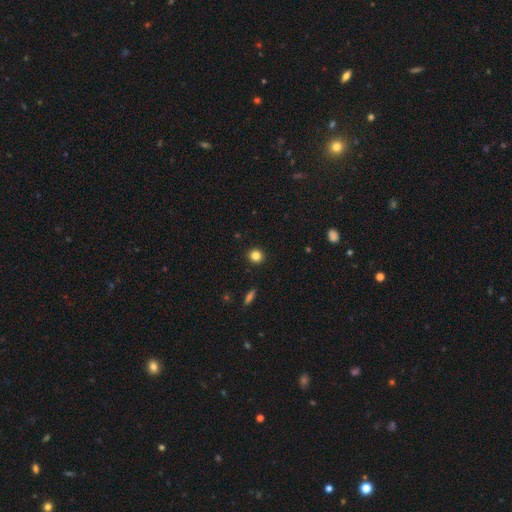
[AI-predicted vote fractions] Smooth or featured: smooth — 83% (star or artifact — 12%)
How rounded: round — 91% (in between — 8%)
Merging: none — 92% (minor disturbance — 5%)